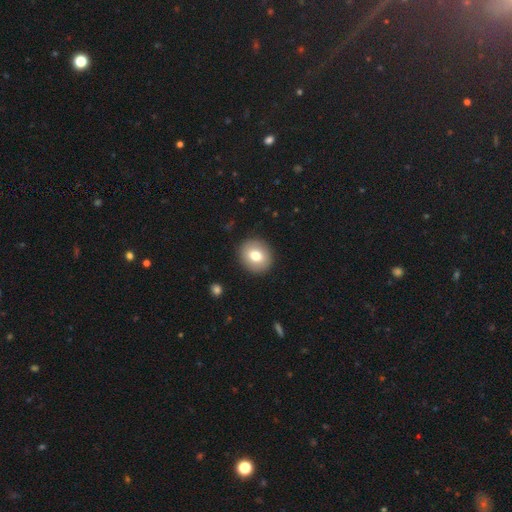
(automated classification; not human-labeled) The model was most divided on "smooth or featured": smooth: 76%, featured or disk: 15%, star or artifact: 8%. More confident: merging — none (91%); how rounded — round (80%).